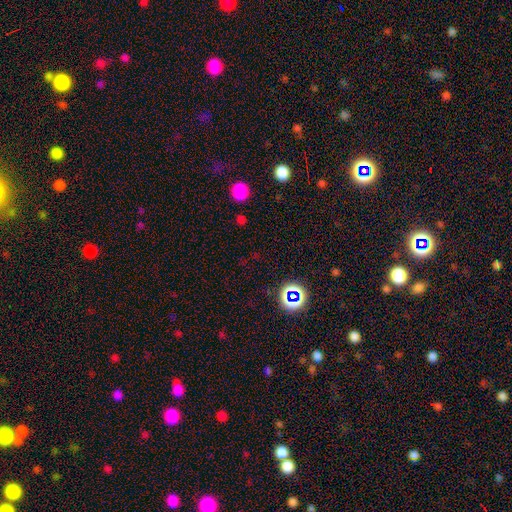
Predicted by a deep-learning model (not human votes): Q: Smooth or featured?
A: star or artifact (63%); runner-up: smooth (29%)